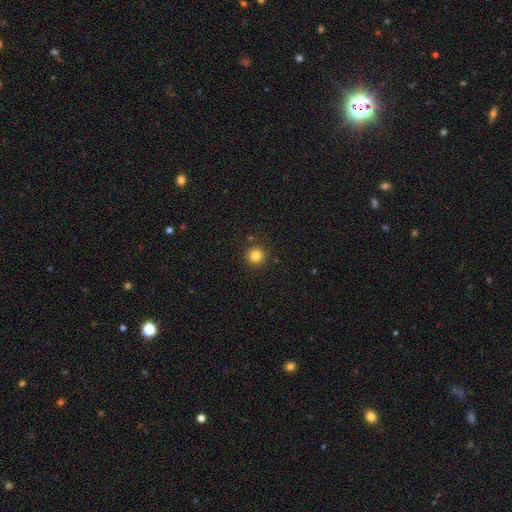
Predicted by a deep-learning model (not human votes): Q: Smooth or featured?
A: smooth (83%); runner-up: star or artifact (12%)
Q: How rounded?
A: round (95%); runner-up: in between (4%)
Q: Merging?
A: none (91%); runner-up: minor disturbance (5%)